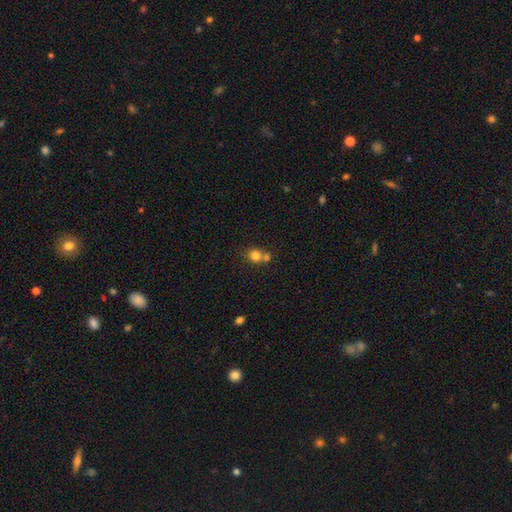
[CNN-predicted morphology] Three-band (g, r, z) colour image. It shows a smooth galaxy with no disk features (79%) that is round (84%). Merging: merger (45%, tied with none).